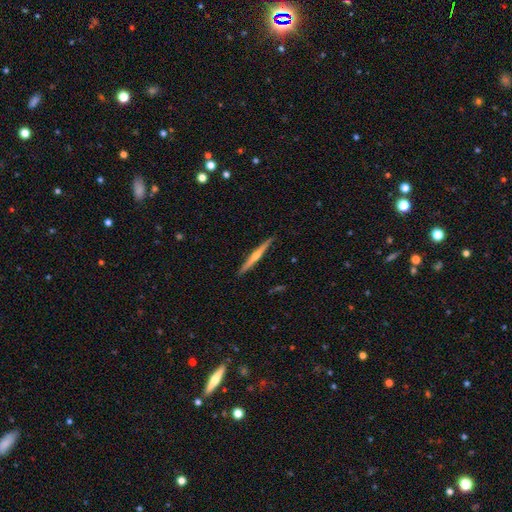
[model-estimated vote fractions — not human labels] Smooth or featured? featured or disk (73%)
Edge-on disk? yes (98%)
Edge-on bulge? rounded (78%)
Merging? none (92%)